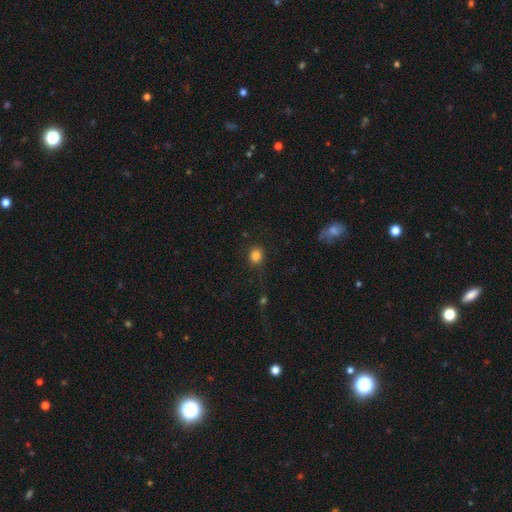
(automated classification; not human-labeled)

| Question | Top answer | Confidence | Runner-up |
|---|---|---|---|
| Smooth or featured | smooth | 83% | star or artifact (12%) |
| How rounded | round | 74% | in between (25%) |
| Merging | none | 83% | minor disturbance (10%) |